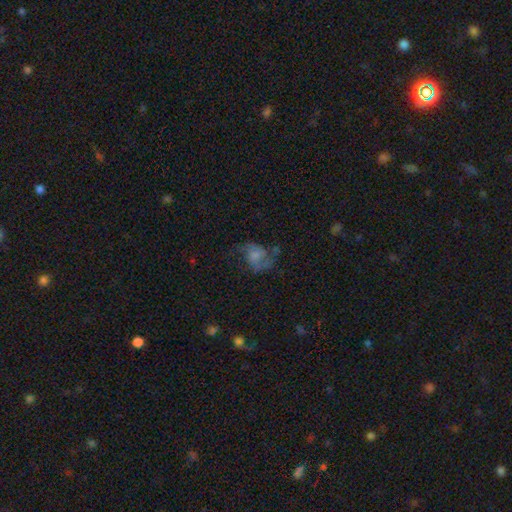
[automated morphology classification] Smooth or featured? featured or disk (59%)
Edge-on disk? no (98%)
Bar? no (64%)
Spiral arms? yes (80%)
Bulge size? none (38%)
Merging? none (44%)